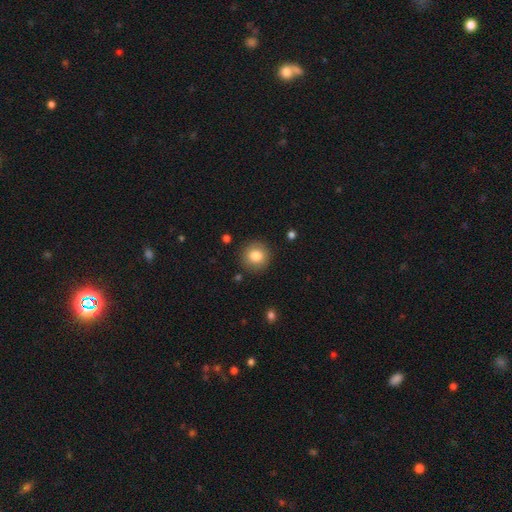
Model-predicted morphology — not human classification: smooth 83%, star or artifact 9%, featured or disk 8%. Down the decision tree: how rounded — round (93%); merging — none (89%).